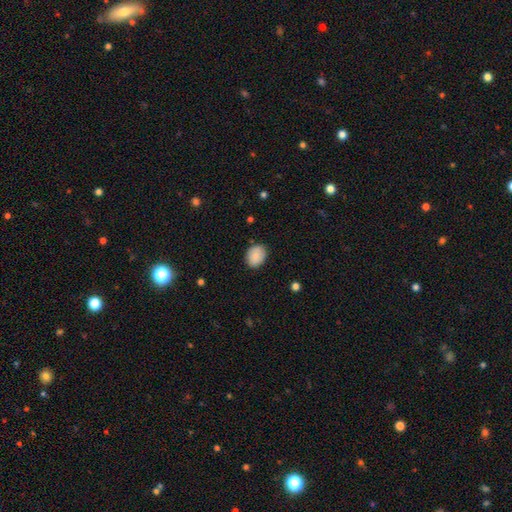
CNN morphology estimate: smooth 84%, featured or disk 8%, star or artifact 7%. Down the decision tree: how rounded — in between (58%); merging — none (83%).